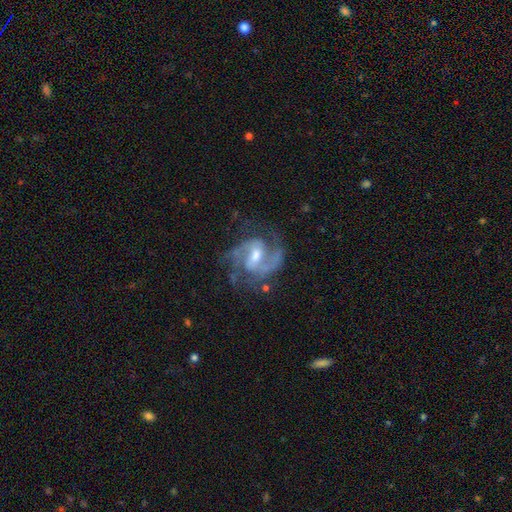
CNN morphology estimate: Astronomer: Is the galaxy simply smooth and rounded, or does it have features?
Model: featured or disk — 91%.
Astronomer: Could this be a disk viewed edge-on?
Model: no — 98%.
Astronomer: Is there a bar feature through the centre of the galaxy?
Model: weak — 54%.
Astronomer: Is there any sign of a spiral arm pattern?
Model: yes — 97%.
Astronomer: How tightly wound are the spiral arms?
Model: medium — 58%.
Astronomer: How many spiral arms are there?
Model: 2 — 74%.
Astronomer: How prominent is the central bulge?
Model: moderate — 58% (runner-up: small, 33%).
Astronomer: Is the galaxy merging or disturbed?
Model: none — 67%.